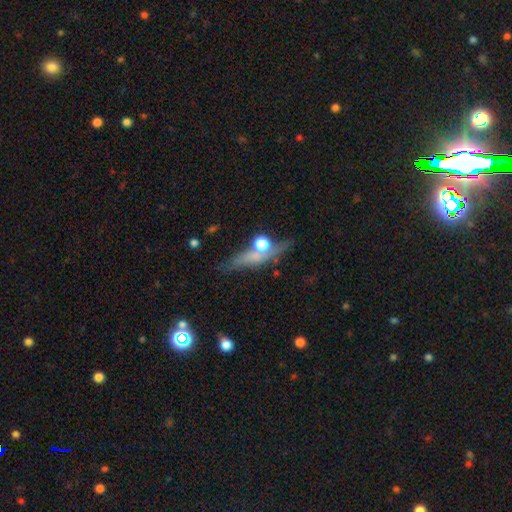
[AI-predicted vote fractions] Overall: featured or disk (44%; smooth 41%). Merging: none (55%; minor disturbance 20%).